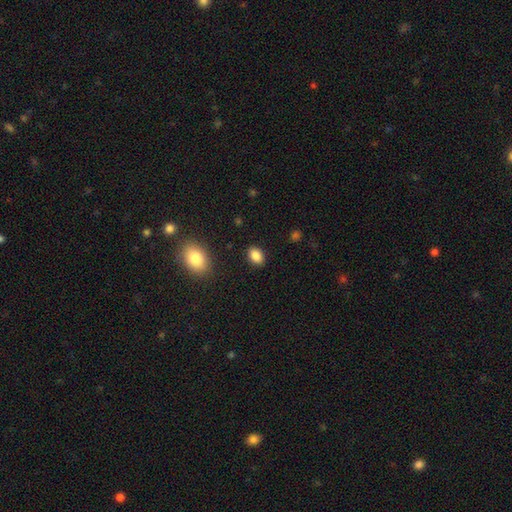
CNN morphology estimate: Smooth or featured? smooth (86%)
How rounded? in between (78%)
Merging? none (88%)